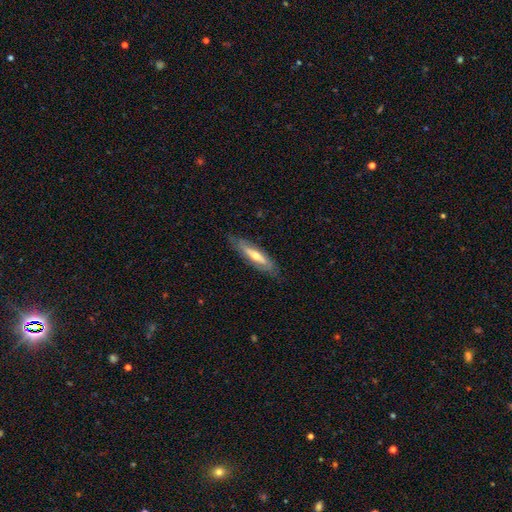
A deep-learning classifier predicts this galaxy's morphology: Smooth or featured: featured or disk — 57% (smooth — 37%)
Edge-on disk: yes — 64% (no — 36%)
Merging: none — 81% (minor disturbance — 15%)